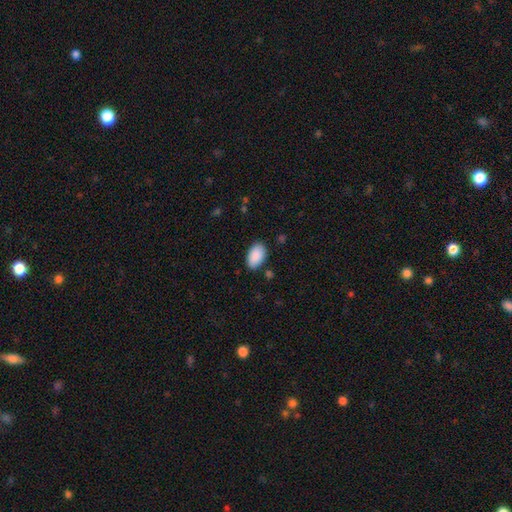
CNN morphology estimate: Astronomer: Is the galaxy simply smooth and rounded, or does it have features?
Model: smooth — 90%.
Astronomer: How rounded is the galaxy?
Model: in between — 94%.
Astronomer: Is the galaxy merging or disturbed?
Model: none — 84%.